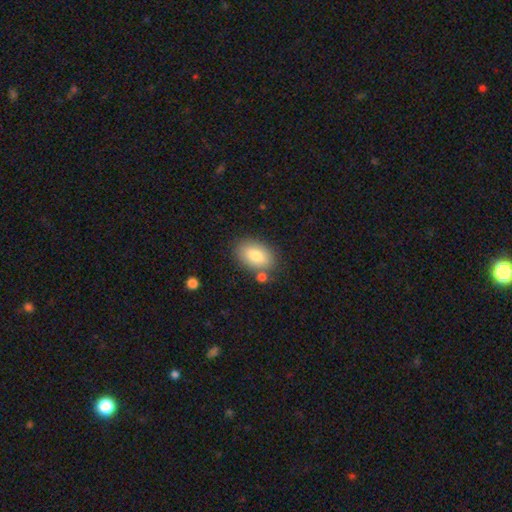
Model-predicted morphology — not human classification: Smooth or featured? smooth (83%)
How rounded? in between (91%)
Merging? none (77%)